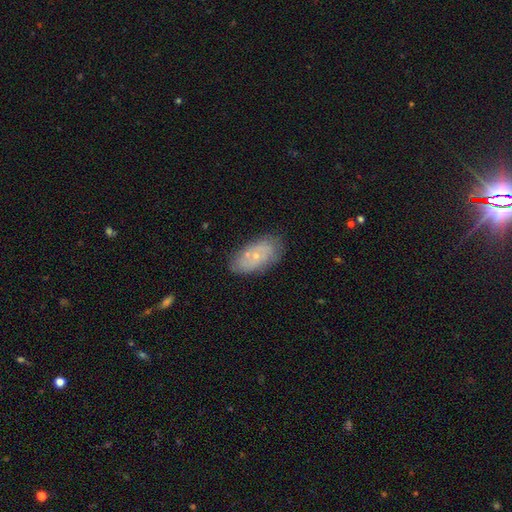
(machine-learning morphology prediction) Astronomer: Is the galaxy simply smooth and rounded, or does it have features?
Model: featured or disk — 49% (runner-up: smooth, 43%).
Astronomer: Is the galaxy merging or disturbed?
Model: none — 76%.